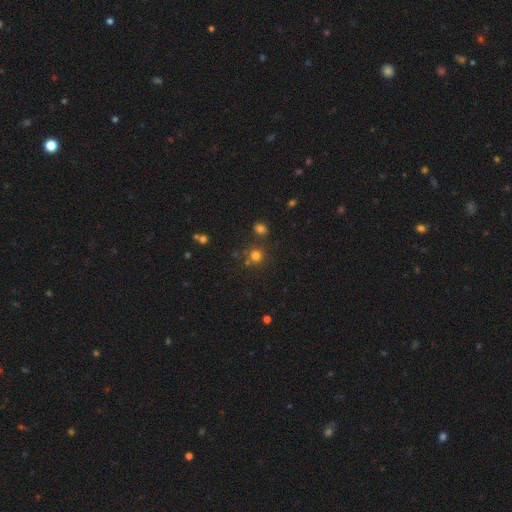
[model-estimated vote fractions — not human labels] This is likely a smooth galaxy (73%). How rounded: clearly round (91%). Merging: likely none (75%).